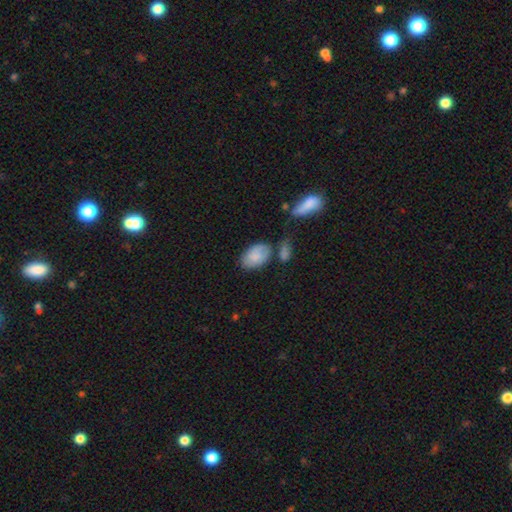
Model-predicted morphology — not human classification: This is clearly a smooth galaxy (82%). How rounded: clearly in between (91%). Merging: likely none (64%).